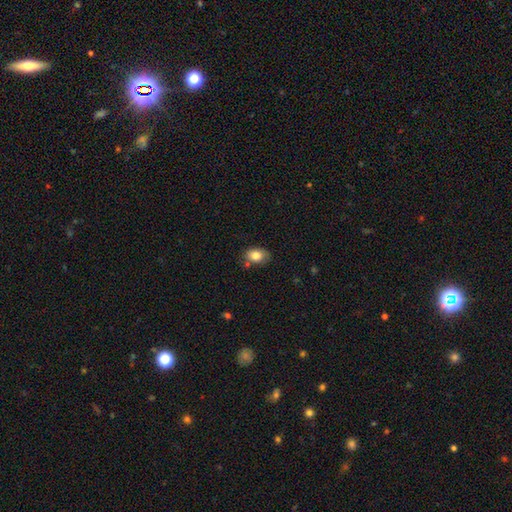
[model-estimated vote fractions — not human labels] A smooth galaxy with no disk features (81%) that is in between round and cigar-shaped (77%).

Vote fractions:
- Smooth or featured? smooth: 81% / featured or disk: 11% / star or artifact: 8%
- How rounded? in between: 77% / round: 22% / cigar-shaped: 1%
- Merging? none: 69% / minor disturbance: 20% / merger: 7% / major disturbance: 4%